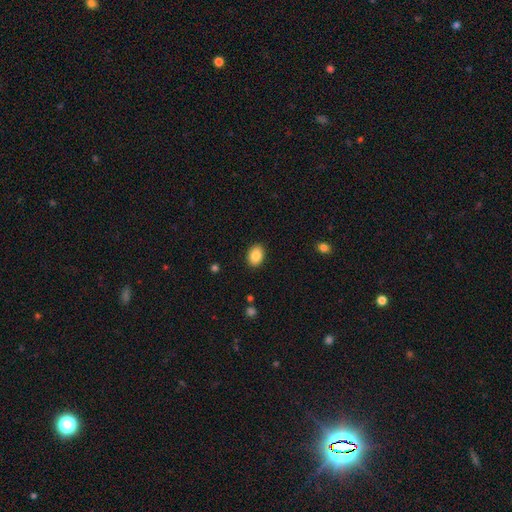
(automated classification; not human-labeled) A smooth galaxy with no disk features (86%) that is in between round and cigar-shaped (78%). Merging: none (89%).